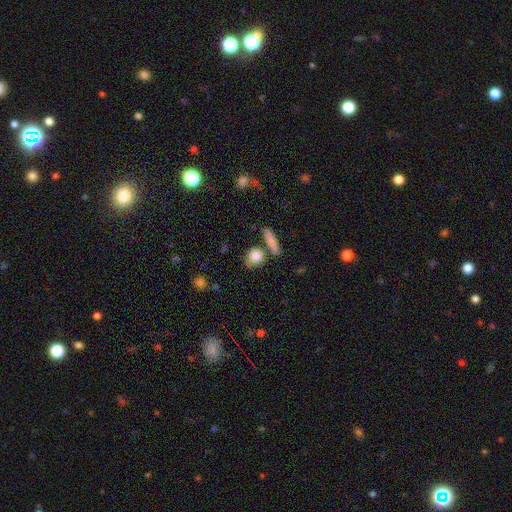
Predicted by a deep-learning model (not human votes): Smooth or featured? smooth (83%)
How rounded? round (59%)
Merging? none (63%)